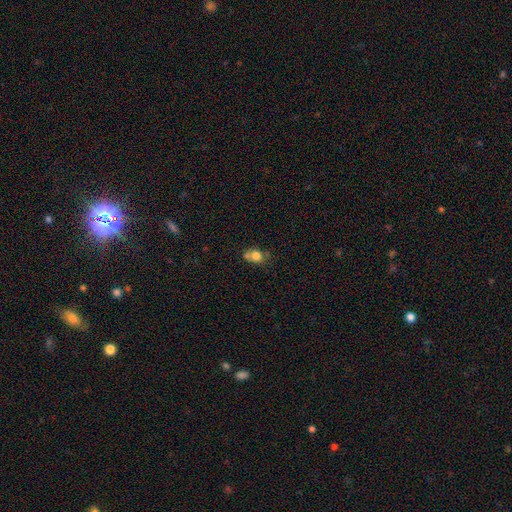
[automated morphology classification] Smooth or featured: smooth — 75% (featured or disk — 14%)
How rounded: round — 55% (in between — 44%)
Merging: none — 43% (merger — 33%)